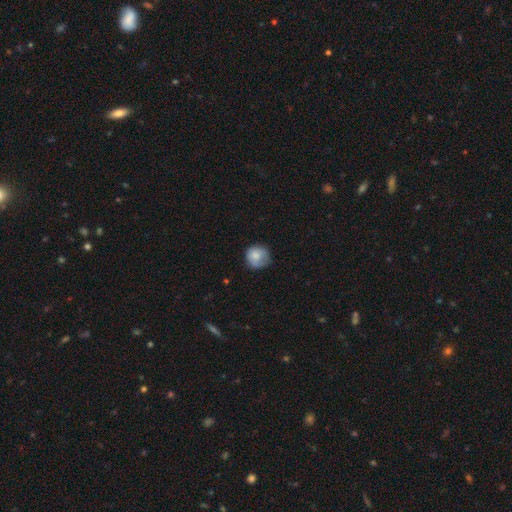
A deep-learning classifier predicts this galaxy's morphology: Smooth or featured?
  - smooth: 79% *
  - featured or disk: 14%
  - star or artifact: 7%
How rounded?
  - round: 87% *
  - in between: 12%
  - cigar-shaped: 1%
Merging?
  - none: 62% *
  - minor disturbance: 28%
  - major disturbance: 8%
  - merger: 1%